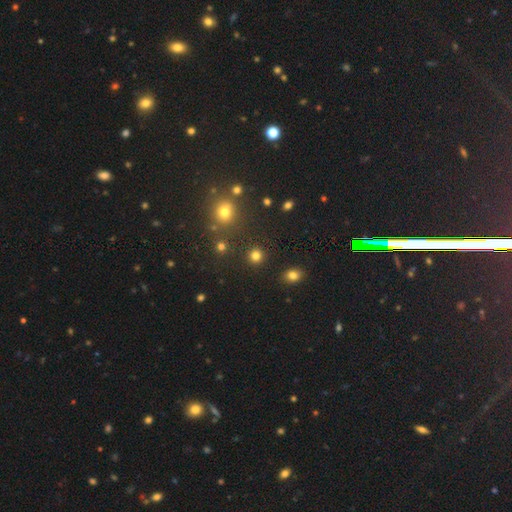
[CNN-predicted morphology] smooth-or-featured: smooth: 80% | star or artifact: 15% | featured or disk: 4%
  how-rounded: round: 92% | in between: 7% | cigar-shaped: 1%
  merging: none: 90% | minor disturbance: 5% | merger: 3% | major disturbance: 2%